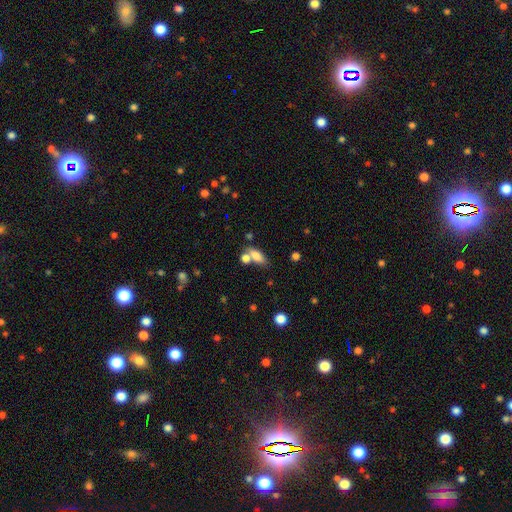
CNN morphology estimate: smooth-or-featured: smooth: 78% | featured or disk: 12% | star or artifact: 10%
  how-rounded: in between: 80% | cigar-shaped: 14% | round: 6%
  merging: none: 46% | merger: 36% | minor disturbance: 13% | major disturbance: 6%